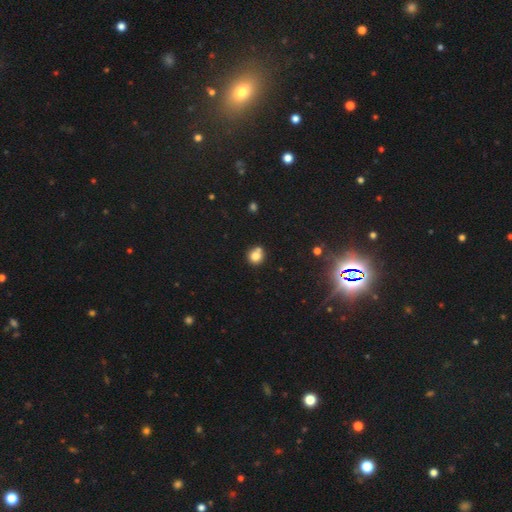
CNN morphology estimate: smooth-or-featured: smooth: 79% | star or artifact: 12% | featured or disk: 9%
  how-rounded: round: 86% | in between: 13% | cigar-shaped: 1%
  merging: none: 62% | merger: 24% | minor disturbance: 11% | major disturbance: 3%